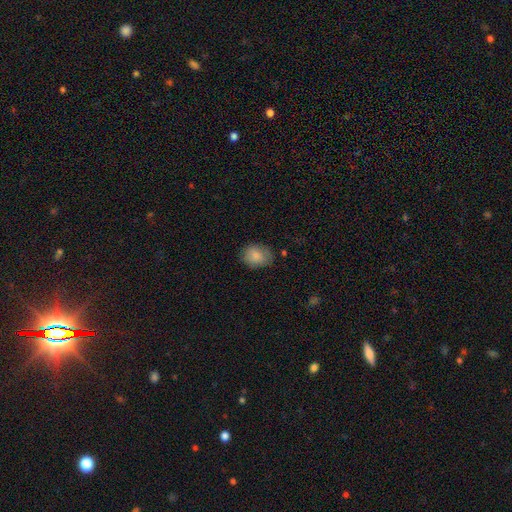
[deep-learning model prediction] A smooth galaxy with no disk features (85%) that is in between round and cigar-shaped (57%). Merging: none (73%).